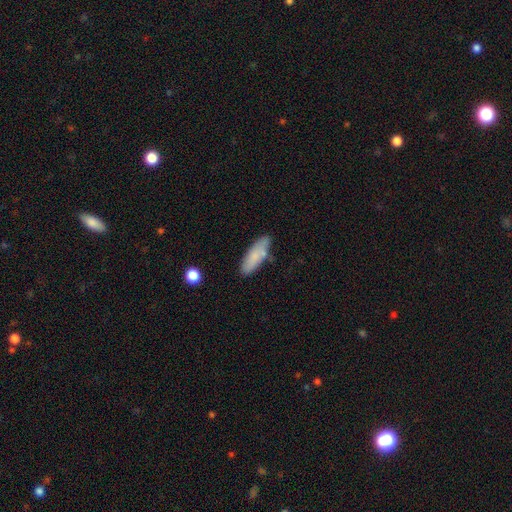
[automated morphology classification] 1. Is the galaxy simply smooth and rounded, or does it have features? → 78% smooth, 16% featured or disk, 7% star or artifact.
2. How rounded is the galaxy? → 57% in between, 41% cigar-shaped, 2% round.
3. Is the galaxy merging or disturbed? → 74% none, 17% minor disturbance, 6% merger, 3% major disturbance.